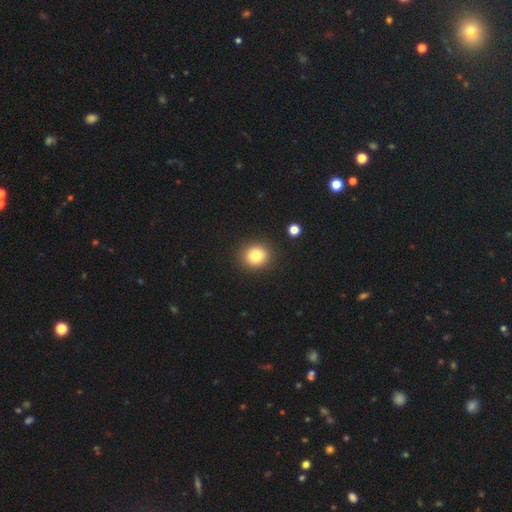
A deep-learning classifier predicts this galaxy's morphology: Smooth or featured?
  - smooth: 81% *
  - star or artifact: 12%
  - featured or disk: 7%
How rounded?
  - round: 84% *
  - in between: 15%
  - cigar-shaped: 1%
Merging?
  - none: 90% *
  - minor disturbance: 6%
  - major disturbance: 2%
  - merger: 2%